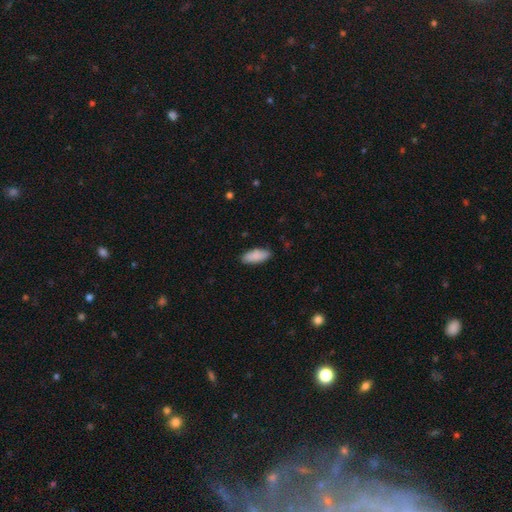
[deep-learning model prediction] A smooth galaxy with no disk features (89%) that is in between round and cigar-shaped (81%). Merging: none (86%).